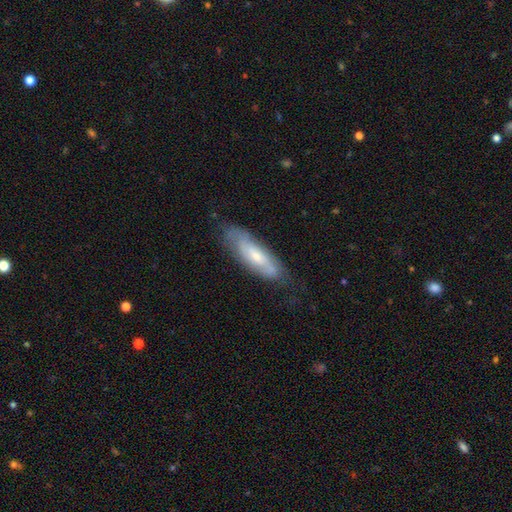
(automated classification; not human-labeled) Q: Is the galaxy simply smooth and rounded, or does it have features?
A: featured or disk — 53%.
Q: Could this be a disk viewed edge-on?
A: no — 70%.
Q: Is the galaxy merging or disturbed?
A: none — 67%.